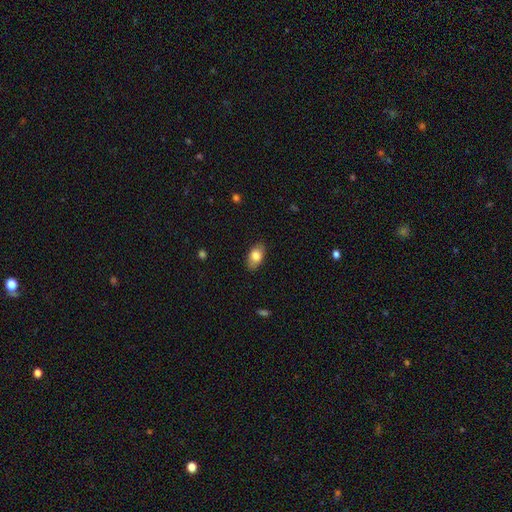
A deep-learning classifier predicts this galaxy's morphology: Smooth or featured? smooth (82%)
How rounded? in between (91%)
Merging? none (86%)